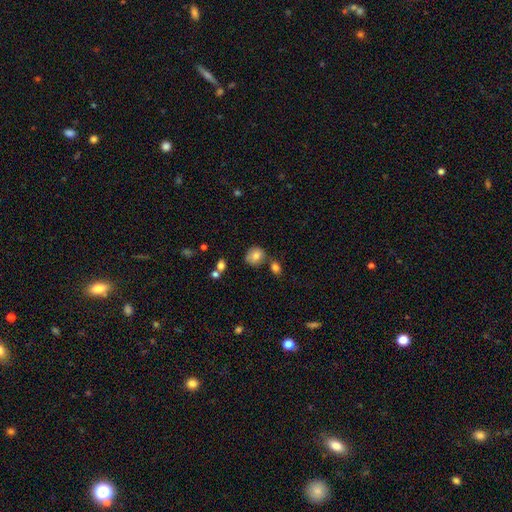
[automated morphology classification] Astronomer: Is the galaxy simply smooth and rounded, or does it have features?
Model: smooth — 80%.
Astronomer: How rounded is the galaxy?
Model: round — 77%.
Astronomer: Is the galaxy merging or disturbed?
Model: none — 64%.